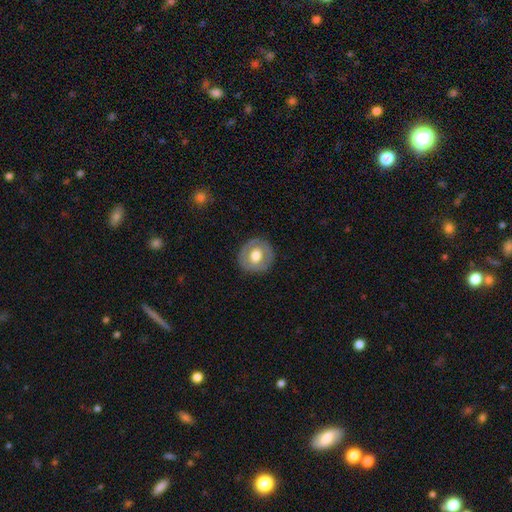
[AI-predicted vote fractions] Morphology: type=smooth (56%); roundness=round (88%); merging=none (85%).